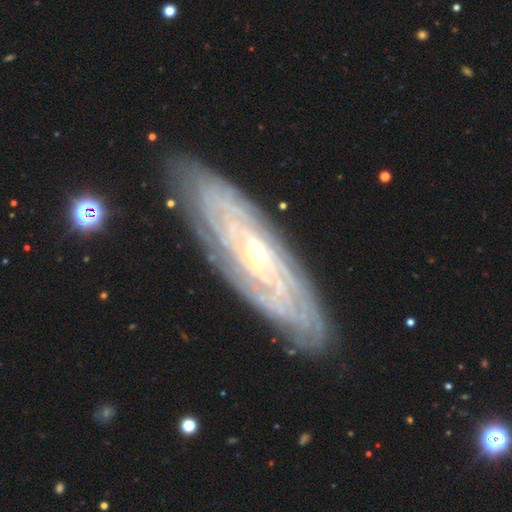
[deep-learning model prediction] This is clearly a featured or disk galaxy (86%). It is clearly not viewed edge-on (81%). Bar: likely no (60%). Spiral arm pattern: clearly yes (95%). Spiral arm count: possibly can't tell (48%). Spiral winding: clearly tight (82%). Central bulge: likely small (68%). Merging: clearly none (83%).